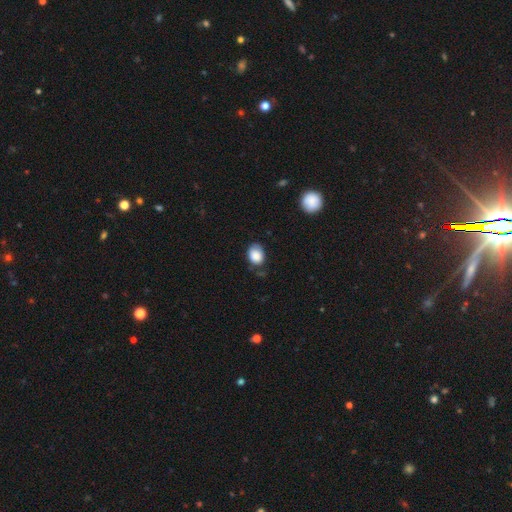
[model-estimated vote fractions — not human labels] A smooth galaxy with no disk features (86%) that is in between round and cigar-shaped (65%).

Vote fractions:
- Smooth or featured? smooth: 86% / star or artifact: 8% / featured or disk: 6%
- How rounded? in between: 65% / round: 33% / cigar-shaped: 1%
- Merging? none: 60% / minor disturbance: 30% / major disturbance: 7% / merger: 3%